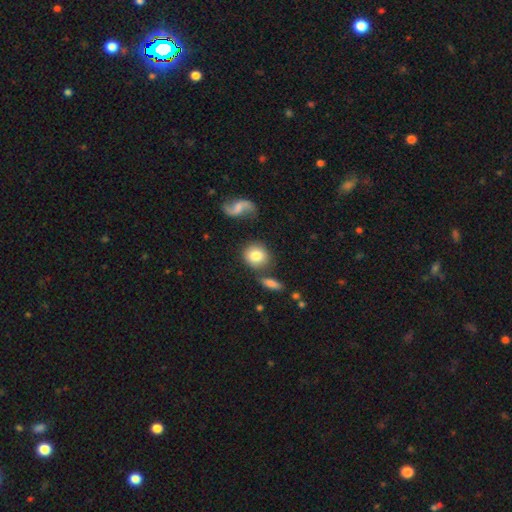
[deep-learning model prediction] Smooth or featured? smooth (78%)
How rounded? round (80%)
Merging? none (70%)